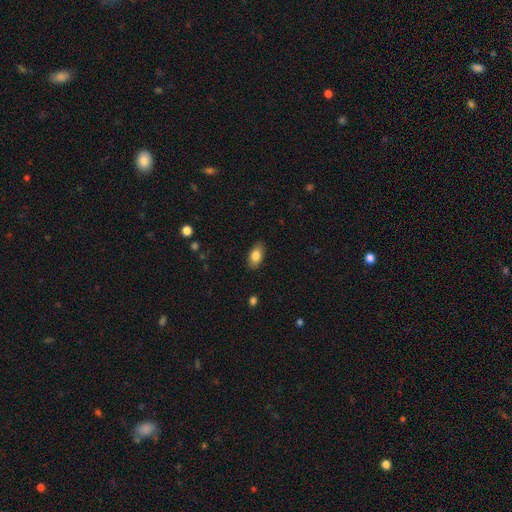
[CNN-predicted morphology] Smooth or featured? smooth (83%)
How rounded? in between (91%)
Merging? none (87%)